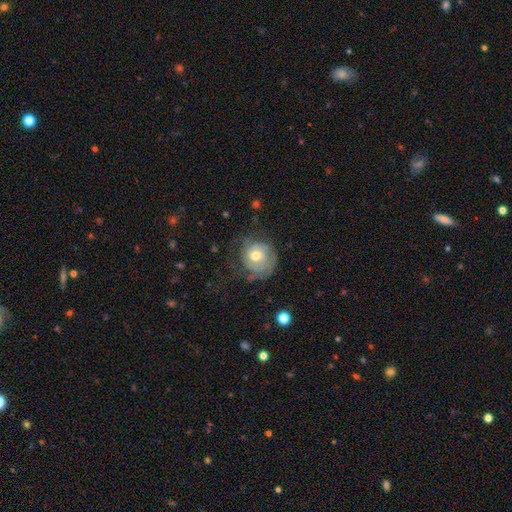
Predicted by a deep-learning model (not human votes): smooth_or_featured: featured or disk (p=0.52) [alt: smooth p=0.39]
disk_edge_on: no (p=0.97) [alt: yes p=0.03]
bar: no (p=0.81) [alt: weak p=0.16]
has_spiral_arms: yes (p=0.68) [alt: no p=0.32]
bulge_size: moderate (p=0.70) [alt: small p=0.21]
merging: none (p=0.54) [alt: minor disturbance p=0.24]